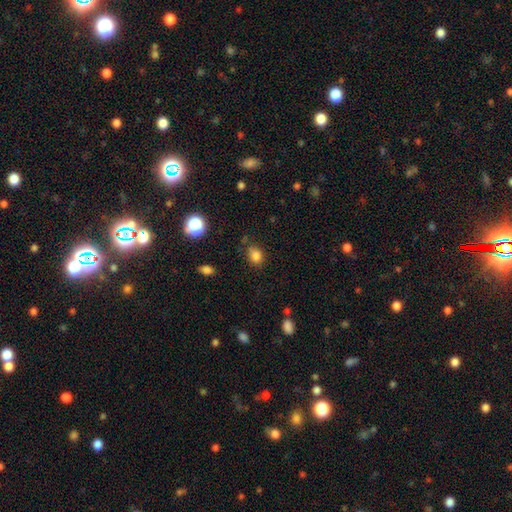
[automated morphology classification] smooth_or_featured: smooth (p=0.82) [alt: star or artifact p=0.13]
how_rounded: in between (p=0.56) [alt: round p=0.43]
merging: none (p=0.72) [alt: minor disturbance p=0.19]